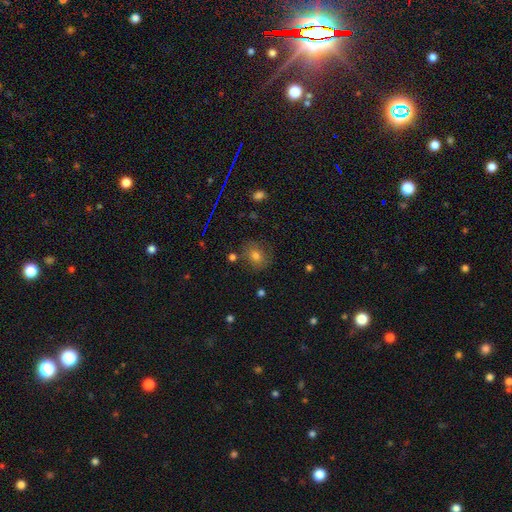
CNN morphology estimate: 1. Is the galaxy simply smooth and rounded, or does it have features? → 71% smooth, 16% star or artifact, 13% featured or disk.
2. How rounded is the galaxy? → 66% round, 33% in between, 1% cigar-shaped.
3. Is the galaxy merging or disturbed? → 76% none, 15% minor disturbance, 5% major disturbance, 4% merger.